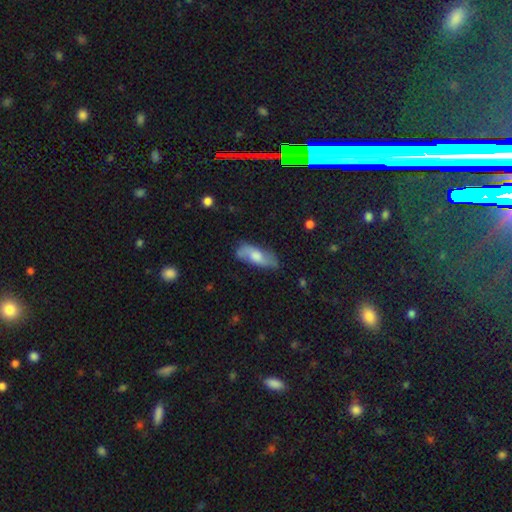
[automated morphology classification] type=featured or disk (47%); merging=none (72%).